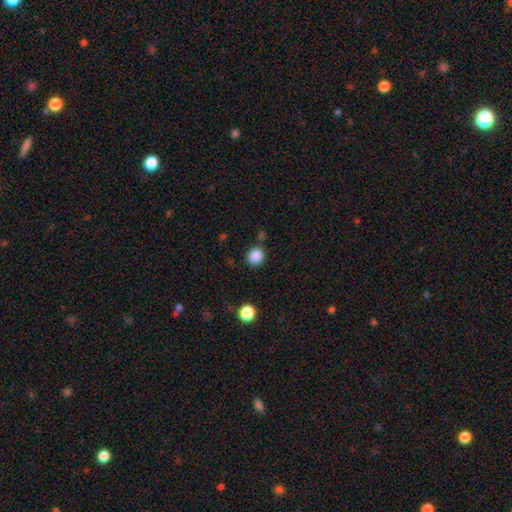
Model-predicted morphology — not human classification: A smooth galaxy with no disk features (87%) that is round (80%). Merging: none (79%).